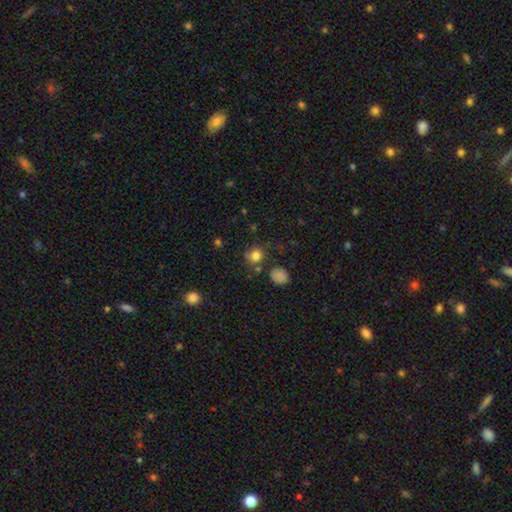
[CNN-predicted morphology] This is clearly a smooth galaxy (80%). How rounded: clearly round (82%). Merging: likely none (73%).